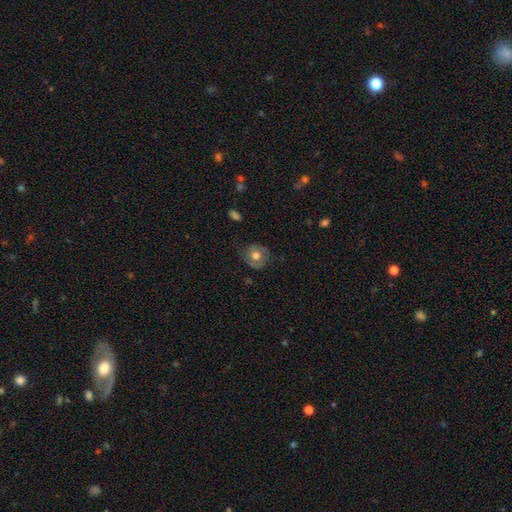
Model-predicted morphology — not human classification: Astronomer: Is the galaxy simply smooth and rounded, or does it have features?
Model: featured or disk — 50% (runner-up: smooth, 43%).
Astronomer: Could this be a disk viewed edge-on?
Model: no — 96%.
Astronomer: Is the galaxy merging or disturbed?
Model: none — 68%.